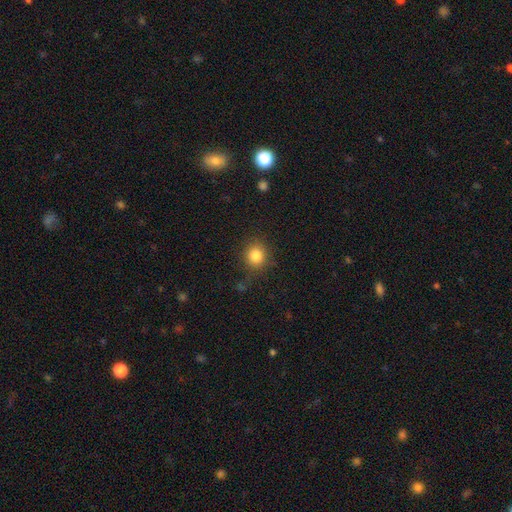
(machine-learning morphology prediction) smooth_or_featured: smooth (p=0.83) [alt: star or artifact p=0.11]
how_rounded: round (p=0.88) [alt: in between p=0.11]
merging: none (p=0.84) [alt: minor disturbance p=0.11]